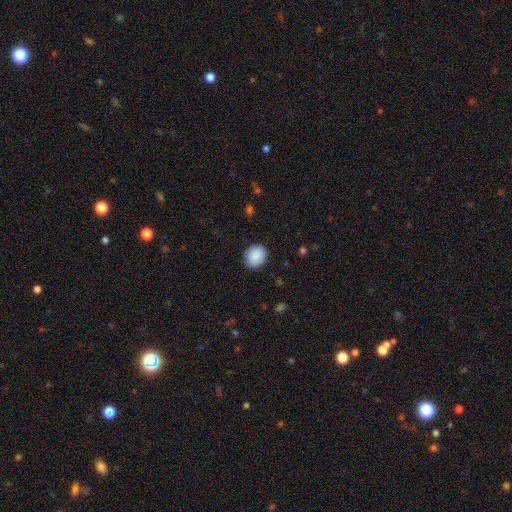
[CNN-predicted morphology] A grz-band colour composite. It shows a smooth galaxy with no disk features (90%) that is round (69%). Merging: none (89%).